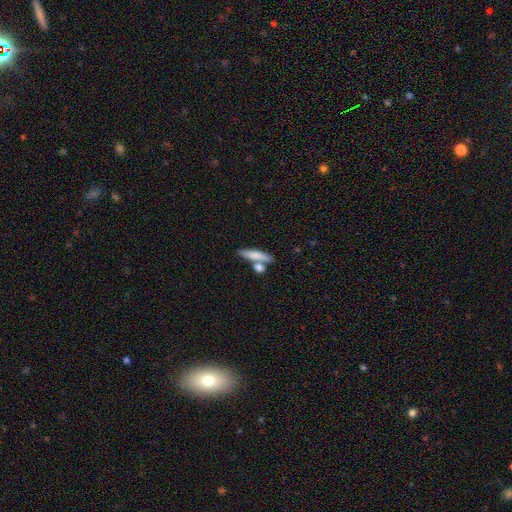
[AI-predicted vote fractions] Smooth or featured?
  - smooth: 75% *
  - featured or disk: 19%
  - star or artifact: 6%
How rounded?
  - cigar-shaped: 72% *
  - in between: 23%
  - round: 5%
Merging?
  - none: 64% *
  - merger: 22%
  - minor disturbance: 11%
  - major disturbance: 4%